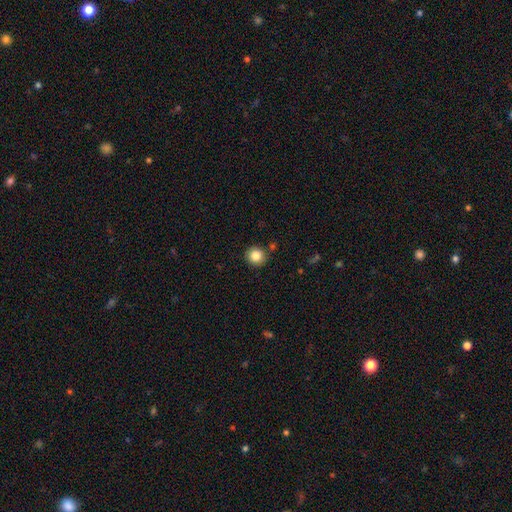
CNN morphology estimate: type=smooth (84%); roundness=round (93%); merging=none (88%).